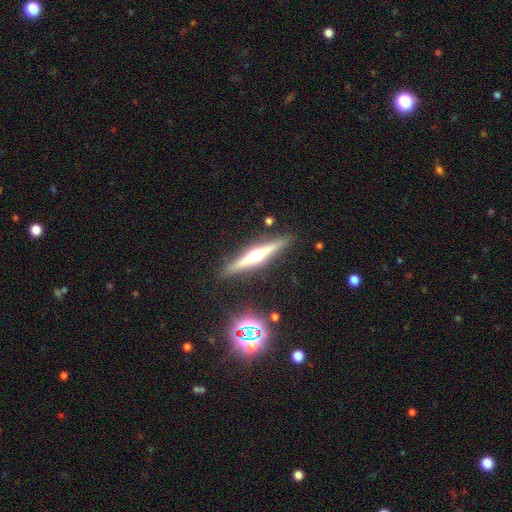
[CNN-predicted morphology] Overall: featured or disk (74%). Edge-on disk: yes (98%). Edge-on bulge: rounded (91%). Merging: none (90%).